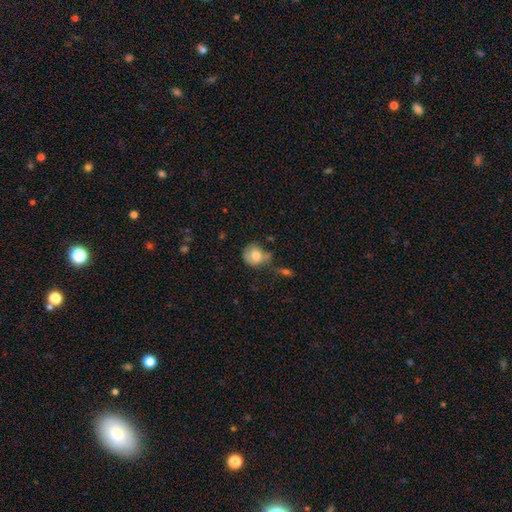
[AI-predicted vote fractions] Smooth or featured? smooth (74%)
How rounded? round (69%)
Merging? none (41%)